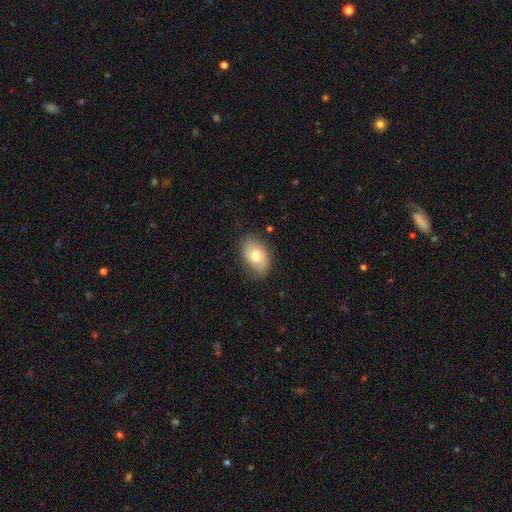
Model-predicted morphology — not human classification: Q: Smooth or featured?
A: smooth (67%); runner-up: featured or disk (26%)
Q: How rounded?
A: in between (86%); runner-up: round (13%)
Q: Merging?
A: none (77%); runner-up: minor disturbance (18%)